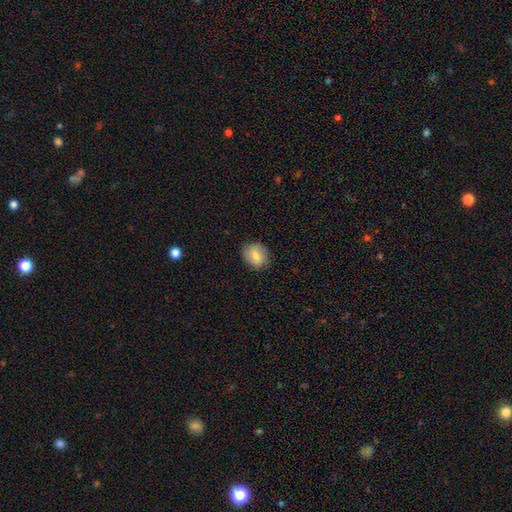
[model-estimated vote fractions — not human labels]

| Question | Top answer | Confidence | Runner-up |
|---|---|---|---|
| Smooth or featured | smooth | 82% | featured or disk (11%) |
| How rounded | round | 61% | in between (38%) |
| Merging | none | 83% | minor disturbance (13%) |